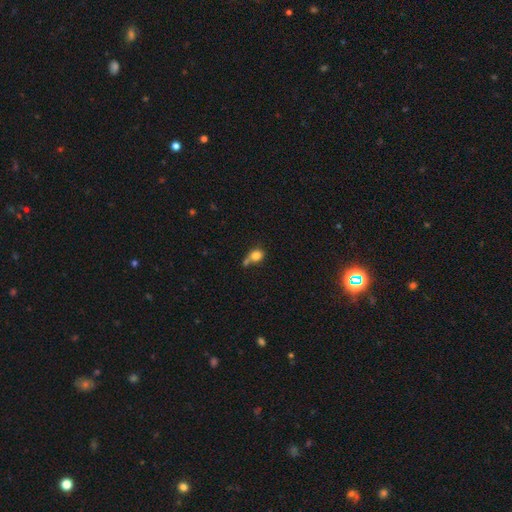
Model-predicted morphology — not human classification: Smooth or featured? Predicted: smooth (p=0.79). How rounded? Predicted: round (p=0.58). Merging? Predicted: none (p=0.35).